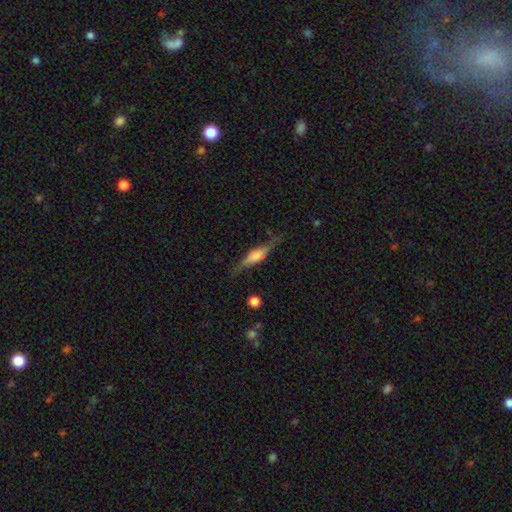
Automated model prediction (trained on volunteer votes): This is likely a featured or disk galaxy (60%). It is clearly viewed edge-on (93%). Edge-on bulge: likely rounded (60%). Merging: likely none (73%).